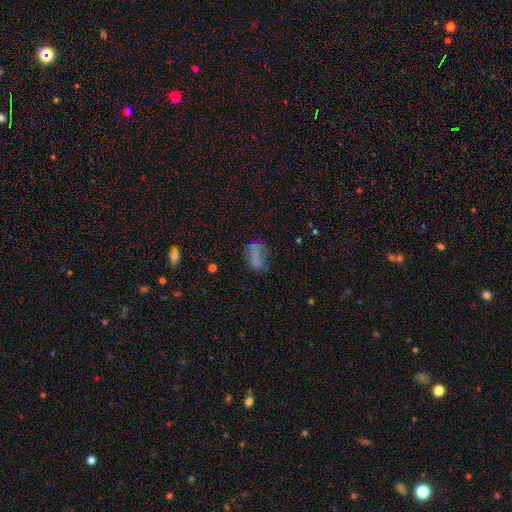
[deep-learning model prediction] This appears to be a smooth galaxy with no disk features (56%) that is in between round and cigar-shaped (83%). Merging: none (42%).